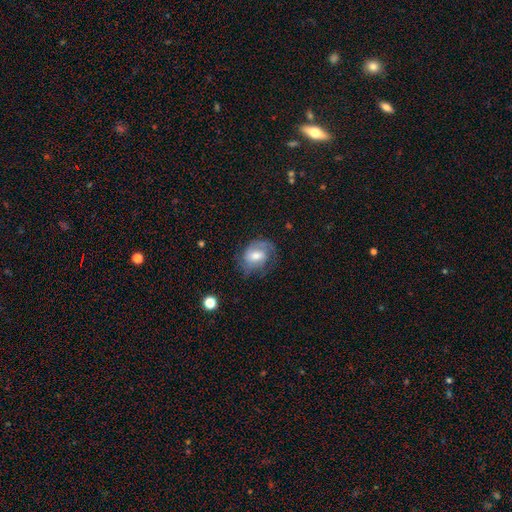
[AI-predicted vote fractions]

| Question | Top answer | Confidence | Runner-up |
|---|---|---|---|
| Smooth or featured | featured or disk | 64% | smooth (29%) |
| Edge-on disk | no | 97% | yes (3%) |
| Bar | weak | 48% | no (38%) |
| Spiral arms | yes | 88% | no (12%) |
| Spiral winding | tight | 42% | medium (41%) |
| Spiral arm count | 2 | 49% | 1 (21%) |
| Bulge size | moderate | 58% | small (21%) |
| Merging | none | 61% | minor disturbance (23%) |